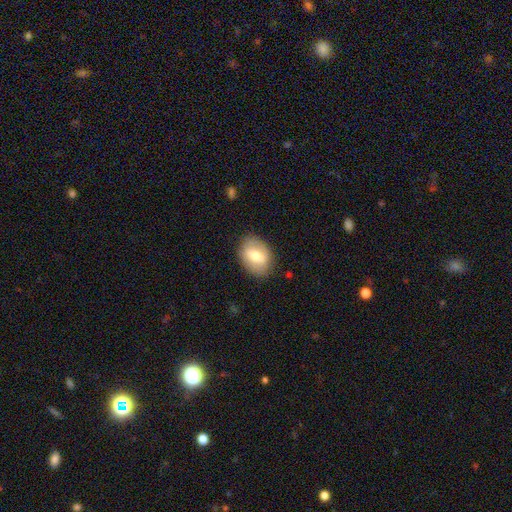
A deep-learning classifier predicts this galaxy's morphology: type=smooth (60%); roundness=in between (73%); merging=none (83%).